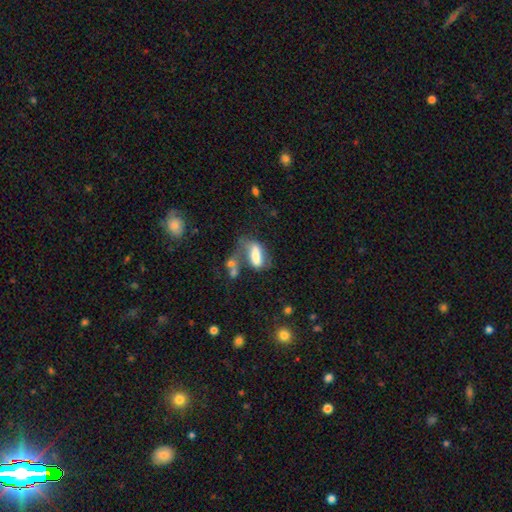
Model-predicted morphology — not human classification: smooth_or_featured: smooth (p=0.64) [alt: featured or disk p=0.26]
how_rounded: in between (p=0.74) [alt: cigar-shaped p=0.22]
merging: none (p=0.30) [alt: major disturbance p=0.25]